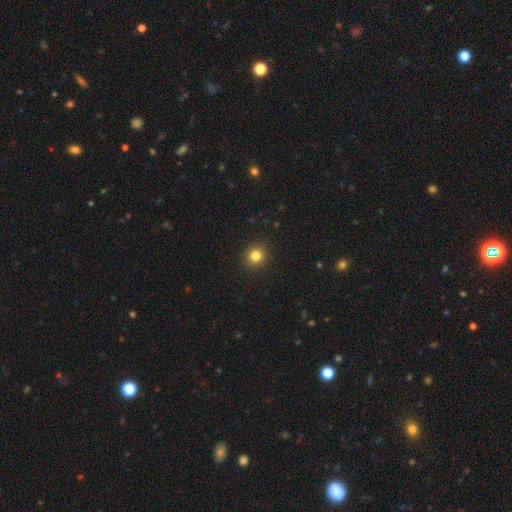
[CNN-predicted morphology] This is clearly a smooth galaxy (83%). How rounded: clearly round (91%). Merging: clearly none (92%).